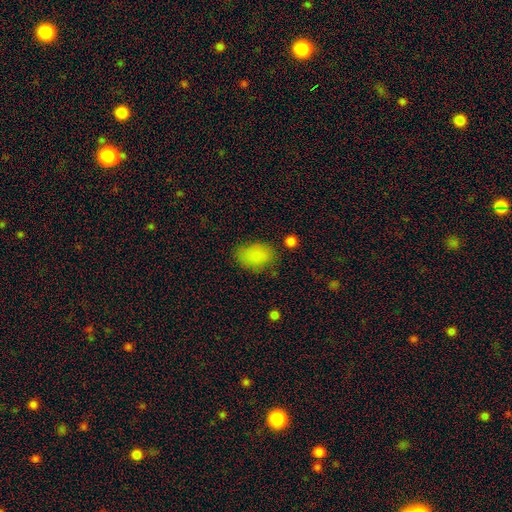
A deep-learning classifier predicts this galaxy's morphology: smooth_or_featured: smooth (p=0.85) [alt: star or artifact p=0.10]
how_rounded: in between (p=0.83) [alt: round p=0.15]
merging: none (p=0.70) [alt: minor disturbance p=0.21]